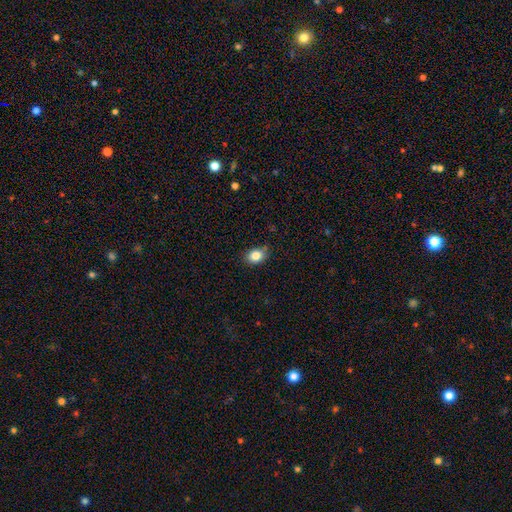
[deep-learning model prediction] smooth 84%, star or artifact 10%, featured or disk 6%. Down the decision tree: how rounded — in between (59%); merging — none (78%).